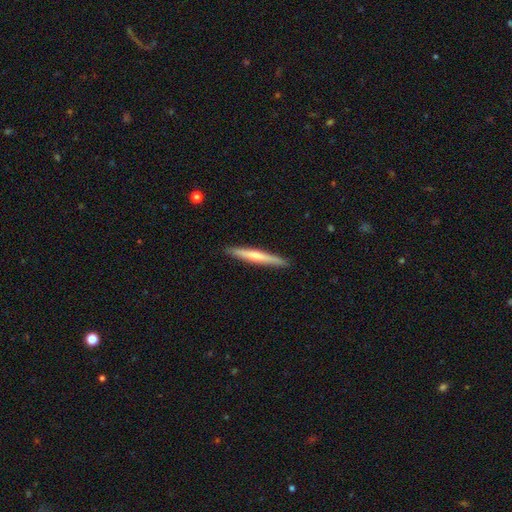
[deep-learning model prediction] Smooth or featured? Predicted: smooth (p=0.50). How rounded? Predicted: cigar-shaped (p=0.96). Merging? Predicted: none (p=0.92).